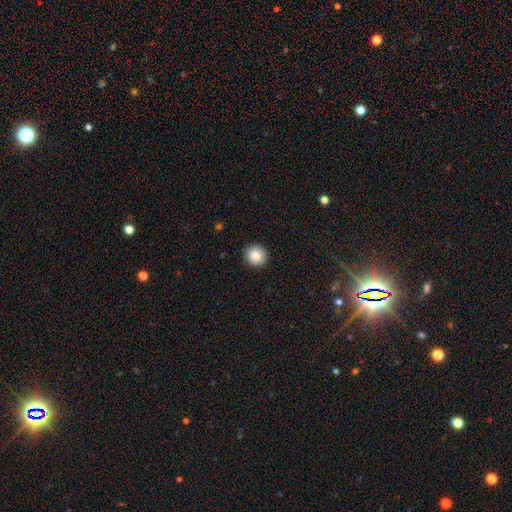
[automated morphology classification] smooth_or_featured: smooth (p=0.85) [alt: star or artifact p=0.09]
how_rounded: round (p=0.92) [alt: in between p=0.07]
merging: none (p=0.92) [alt: minor disturbance p=0.05]